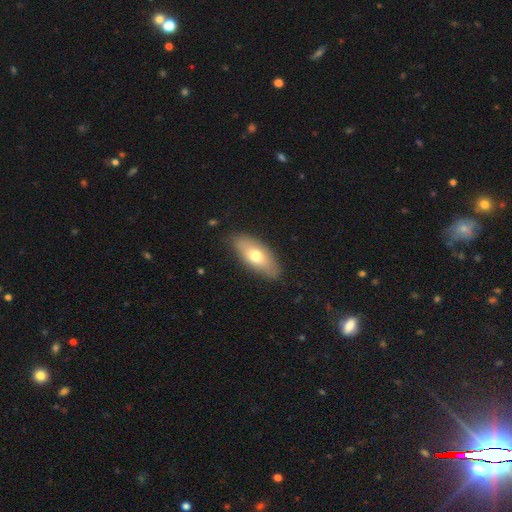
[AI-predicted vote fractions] Smooth or featured? Predicted: smooth (p=0.68). How rounded? Predicted: in between (p=0.83). Merging? Predicted: none (p=0.83).